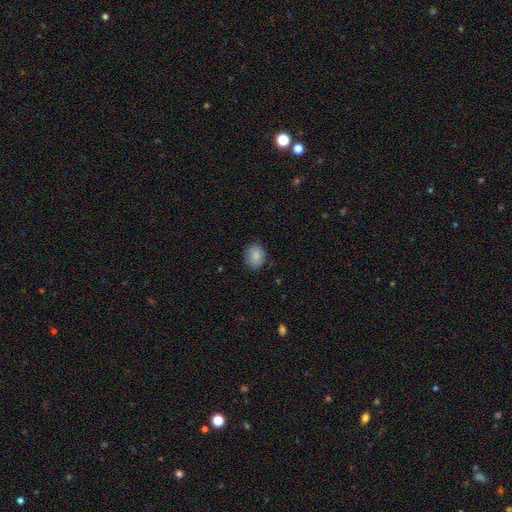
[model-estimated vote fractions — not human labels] smooth_or_featured: smooth (p=0.85) [alt: star or artifact p=0.08]
how_rounded: round (p=0.51) [alt: in between p=0.48]
merging: none (p=0.80) [alt: minor disturbance p=0.16]